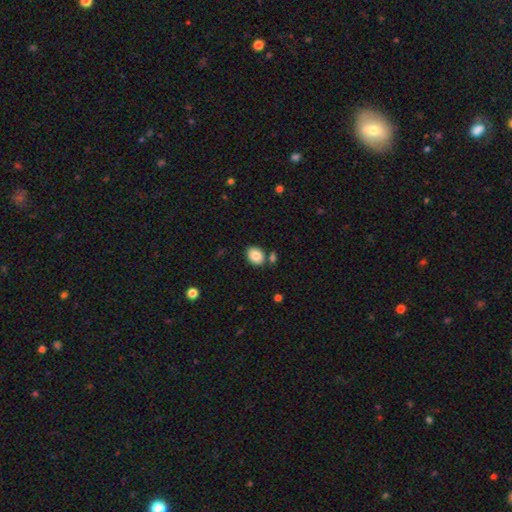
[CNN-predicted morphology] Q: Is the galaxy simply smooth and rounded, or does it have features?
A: smooth — 88%.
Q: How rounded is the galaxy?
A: in between — 71%.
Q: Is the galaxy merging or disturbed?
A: none — 76%.